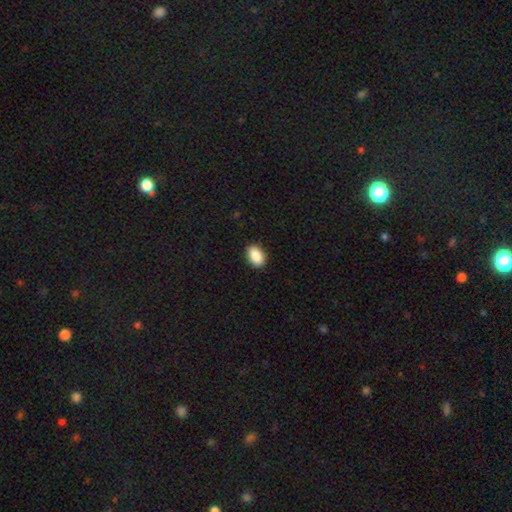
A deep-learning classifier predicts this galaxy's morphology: smooth 89%, star or artifact 7%, featured or disk 4%. Down the decision tree: how rounded — in between (88%); merging — none (90%).